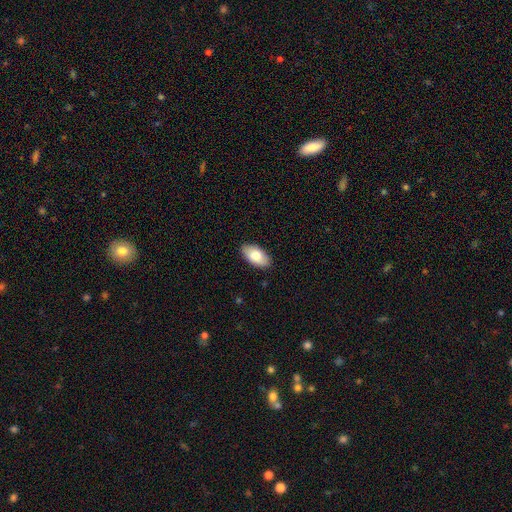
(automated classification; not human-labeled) smooth-or-featured: smooth: 85% | featured or disk: 9% | star or artifact: 6%
  how-rounded: in between: 95% | cigar-shaped: 3% | round: 3%
  merging: none: 88% | minor disturbance: 10% | major disturbance: 2% | merger: 1%